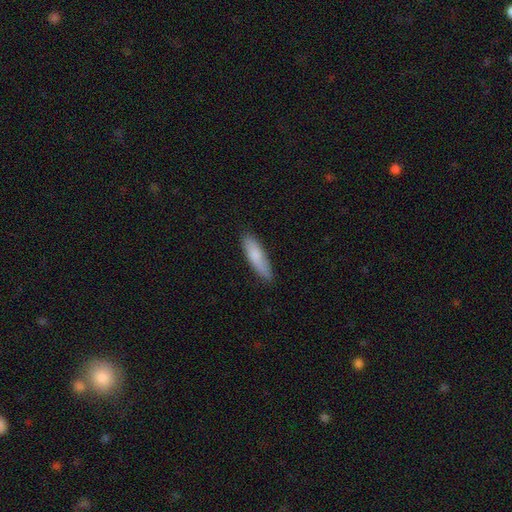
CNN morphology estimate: smooth_or_featured: smooth (p=0.80) [alt: featured or disk p=0.14]
how_rounded: cigar-shaped (p=0.64) [alt: in between p=0.35]
merging: none (p=0.83) [alt: minor disturbance p=0.13]